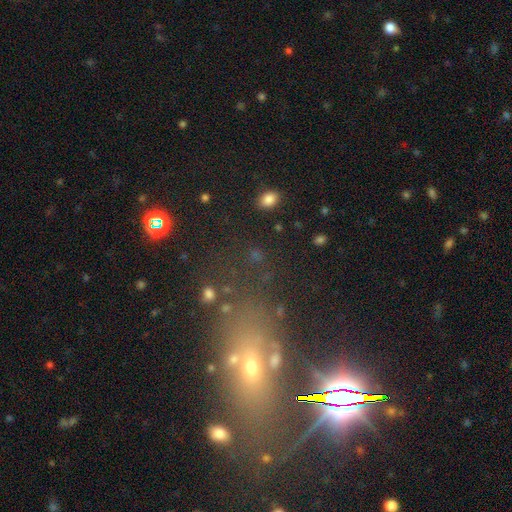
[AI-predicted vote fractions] A smooth galaxy with no disk features (58%) that is in between round and cigar-shaped (49%).

Vote fractions:
- Smooth or featured? smooth: 58% / star or artifact: 29% / featured or disk: 13%
- How rounded? in between: 49% / round: 47% / cigar-shaped: 4%
- Merging? none: 73% / minor disturbance: 12% / major disturbance: 8% / merger: 7%